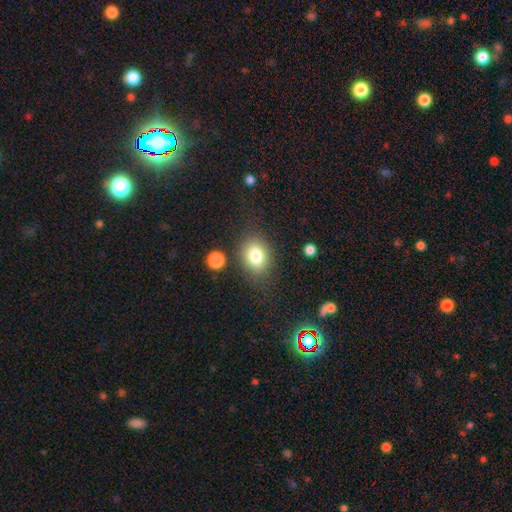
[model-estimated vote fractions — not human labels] Q: Smooth or featured?
A: smooth (79%); runner-up: star or artifact (11%)
Q: How rounded?
A: in between (53%); runner-up: round (46%)
Q: Merging?
A: none (78%); runner-up: minor disturbance (13%)